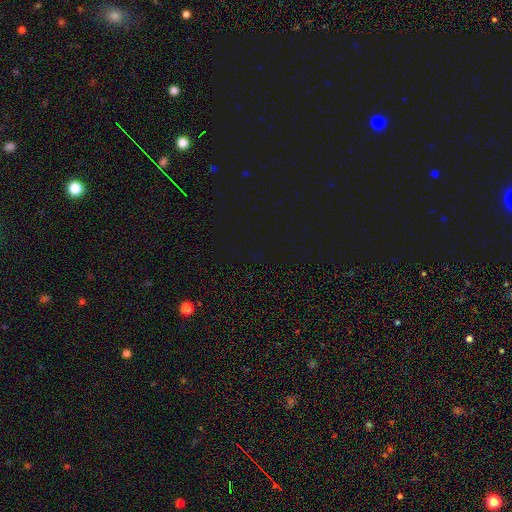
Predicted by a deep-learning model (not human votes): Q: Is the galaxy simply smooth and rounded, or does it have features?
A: star or artifact — 78%.